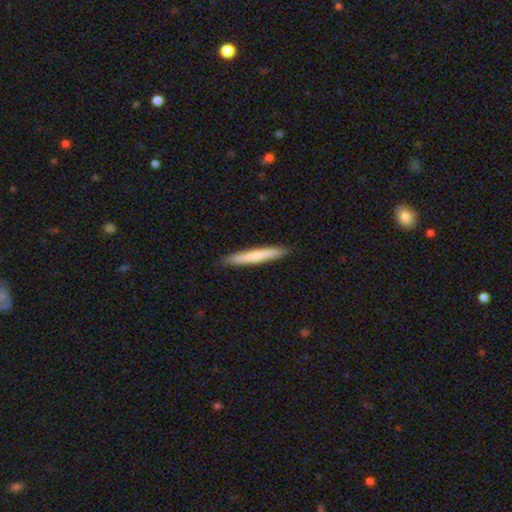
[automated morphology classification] This appears to be a smooth galaxy with no disk features (69%) that is cigar-shaped (96%). Merging: none (91%).